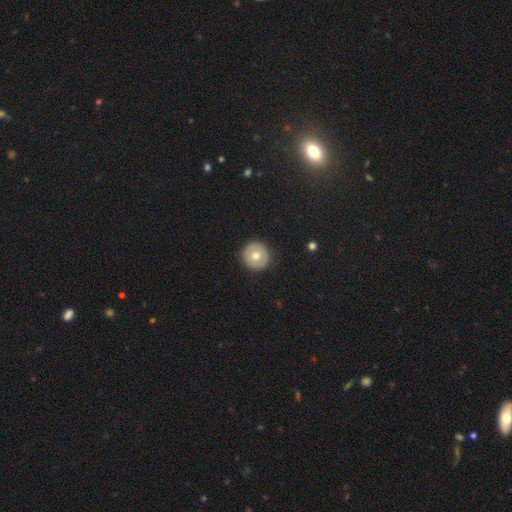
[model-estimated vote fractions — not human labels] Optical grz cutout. It shows a smooth galaxy with no disk features (63%) that is round (96%). Merging: none (92%).